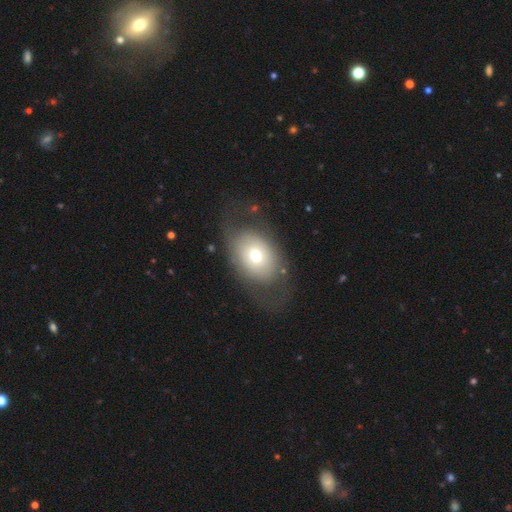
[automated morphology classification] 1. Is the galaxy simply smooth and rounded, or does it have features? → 57% smooth, 34% featured or disk, 9% star or artifact.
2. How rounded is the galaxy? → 73% in between, 26% round, 1% cigar-shaped.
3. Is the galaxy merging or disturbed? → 63% none, 18% major disturbance, 17% minor disturbance, 2% merger.